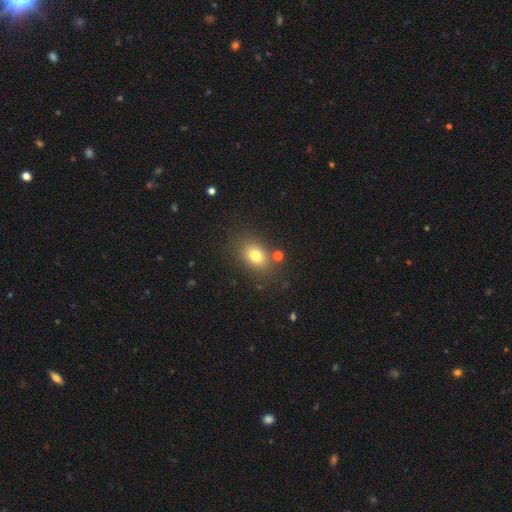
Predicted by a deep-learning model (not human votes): This is likely a smooth galaxy (77%). How rounded: likely in between (71%). Merging: likely none (78%).